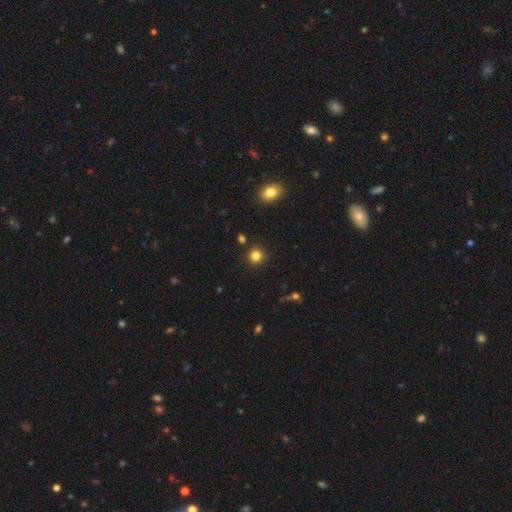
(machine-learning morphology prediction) Q: Smooth or featured?
A: smooth (82%); runner-up: star or artifact (13%)
Q: How rounded?
A: round (91%); runner-up: in between (8%)
Q: Merging?
A: none (88%); runner-up: minor disturbance (7%)